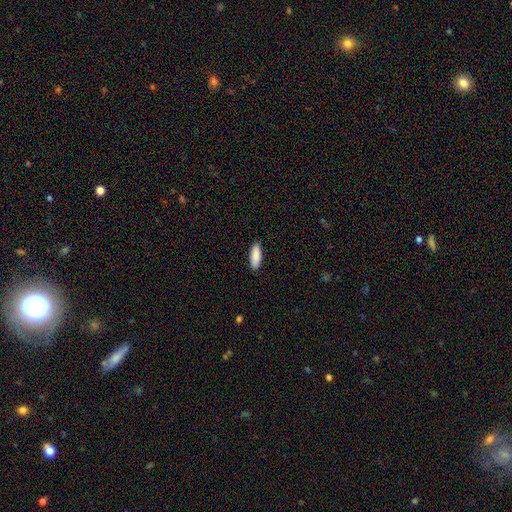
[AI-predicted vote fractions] Smooth or featured? smooth (89%)
How rounded? in between (63%)
Merging? none (89%)